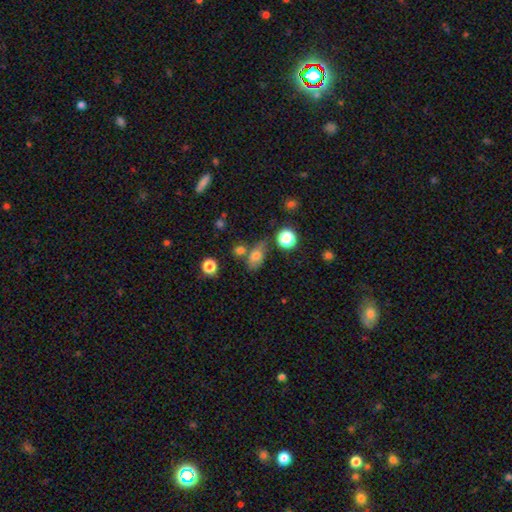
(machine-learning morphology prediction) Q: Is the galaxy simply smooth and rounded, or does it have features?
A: smooth — 73%.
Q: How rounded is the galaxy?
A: in between — 76%.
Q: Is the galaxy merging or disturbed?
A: none — 58%.